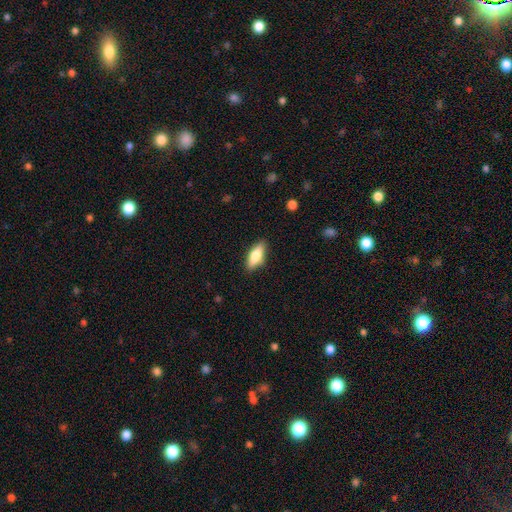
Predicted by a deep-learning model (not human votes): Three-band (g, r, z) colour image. It shows a smooth galaxy with no disk features (69%) that is in between round and cigar-shaped (73%). Merging: none (85%).